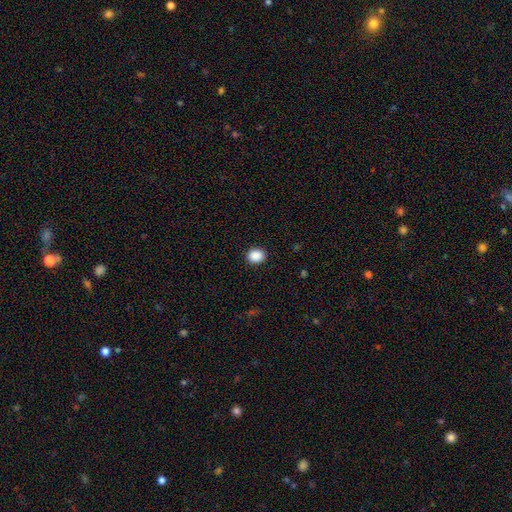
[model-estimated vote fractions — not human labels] smooth-or-featured: smooth: 89% | star or artifact: 8% | featured or disk: 2%
  how-rounded: round: 61% | in between: 38% | cigar-shaped: 1%
  merging: none: 91% | minor disturbance: 6% | major disturbance: 2% | merger: 1%